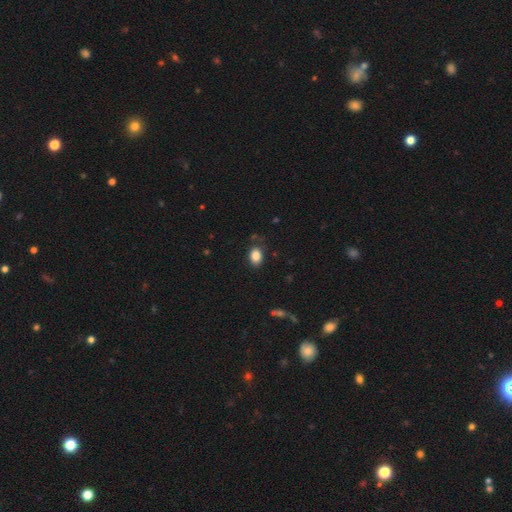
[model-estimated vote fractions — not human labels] smooth_or_featured: smooth (p=0.85) [alt: star or artifact p=0.09]
how_rounded: in between (p=0.74) [alt: round p=0.25]
merging: none (p=0.81) [alt: minor disturbance p=0.14]